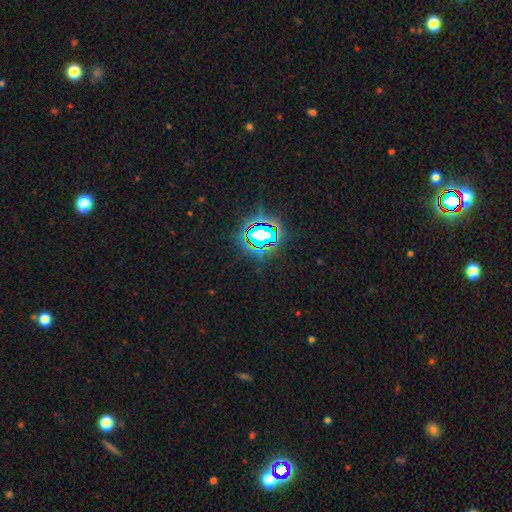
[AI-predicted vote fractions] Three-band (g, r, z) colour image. It shows a star or artifact, not a galaxy (82%).